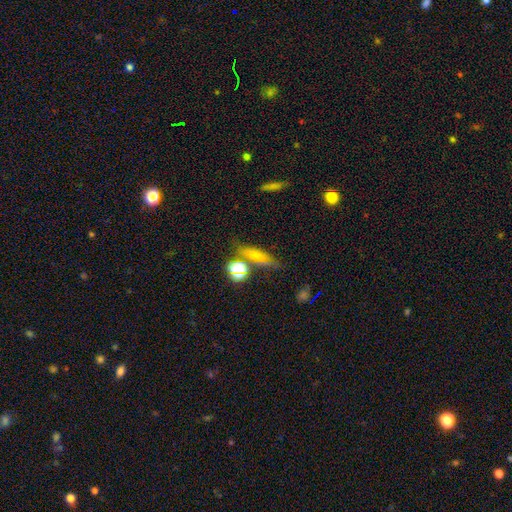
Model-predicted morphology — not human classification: Overall: smooth (45%; featured or disk 32%). Merging: none (69%).